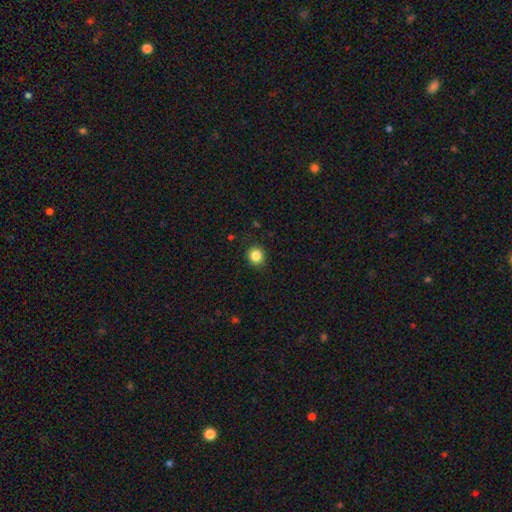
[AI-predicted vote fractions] Overall: smooth (85%). How rounded: round (90%). Merging: none (89%).